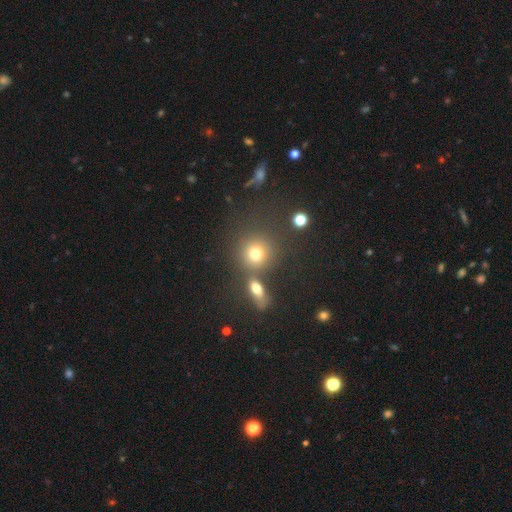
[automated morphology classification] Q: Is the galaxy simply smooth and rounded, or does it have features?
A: smooth — 68%.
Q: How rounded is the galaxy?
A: round — 86%.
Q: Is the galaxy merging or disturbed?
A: none — 61%.